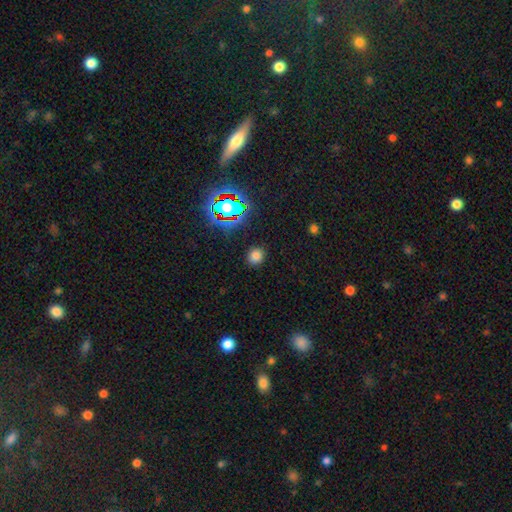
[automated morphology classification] type=smooth (75%); roundness=round (79%); merging=none (88%).